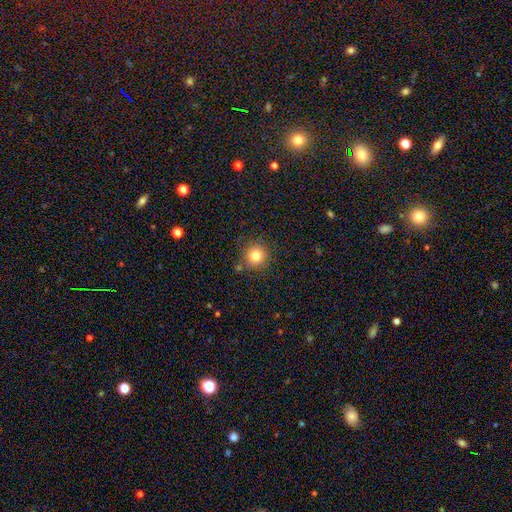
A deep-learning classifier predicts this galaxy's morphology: The model was most divided on "smooth or featured": smooth: 80%, star or artifact: 13%, featured or disk: 7%. More confident: how rounded — round (93%); merging — none (83%).